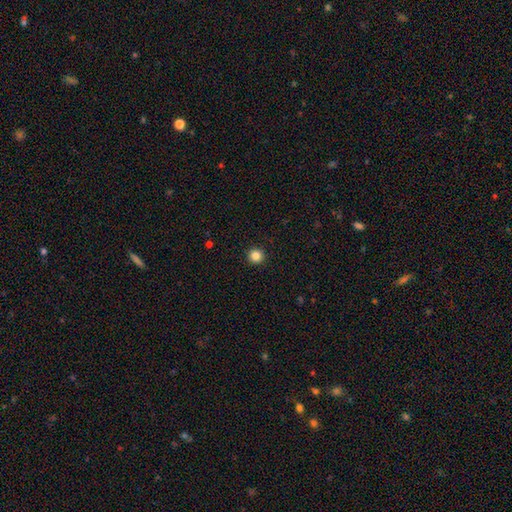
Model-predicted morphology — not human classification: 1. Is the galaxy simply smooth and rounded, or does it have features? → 85% smooth, 12% star or artifact, 3% featured or disk.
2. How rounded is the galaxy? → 96% round, 3% in between, 1% cigar-shaped.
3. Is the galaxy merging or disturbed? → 94% none, 4% minor disturbance, 1% major disturbance, 1% merger.